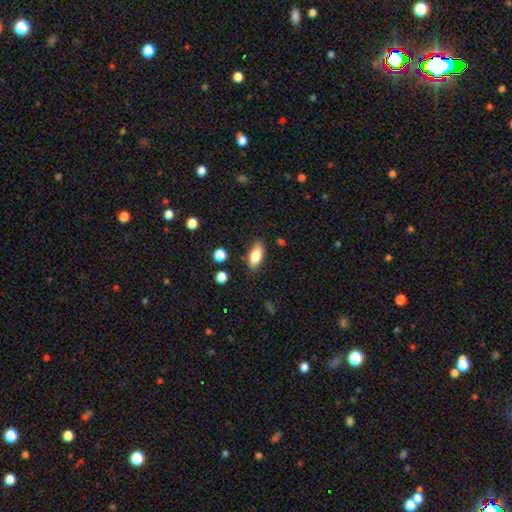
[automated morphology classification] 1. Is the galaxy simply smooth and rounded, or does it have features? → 80% smooth, 12% featured or disk, 8% star or artifact.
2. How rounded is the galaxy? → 84% in between, 12% cigar-shaped, 4% round.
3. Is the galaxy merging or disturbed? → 78% none, 16% minor disturbance, 4% major disturbance, 2% merger.